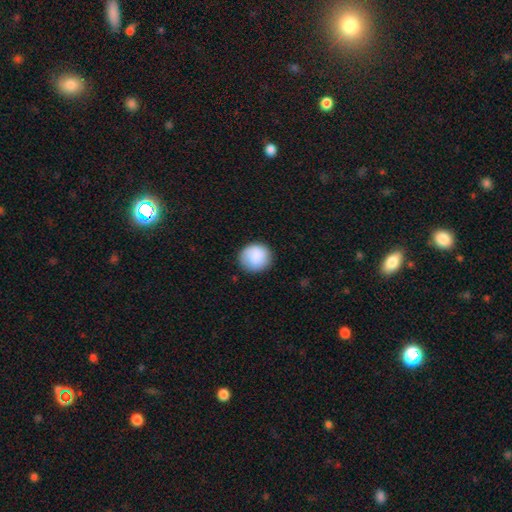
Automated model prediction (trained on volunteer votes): Smooth or featured?
  - smooth: 86% *
  - star or artifact: 7%
  - featured or disk: 7%
How rounded?
  - round: 88% *
  - in between: 11%
  - cigar-shaped: 1%
Merging?
  - none: 84% *
  - minor disturbance: 12%
  - major disturbance: 3%
  - merger: 1%